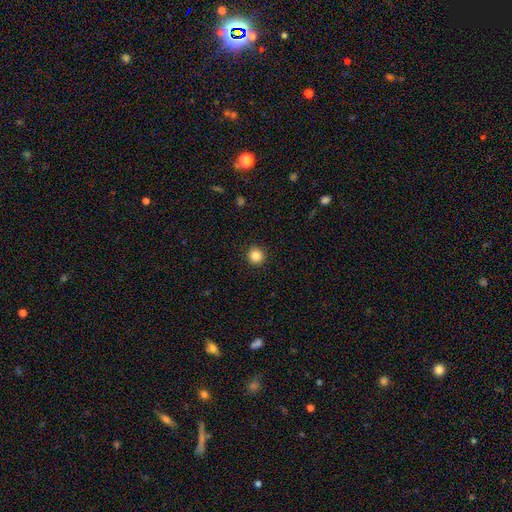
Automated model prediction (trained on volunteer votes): smooth 86%, star or artifact 11%, featured or disk 4%. Down the decision tree: how rounded — round (94%); merging — none (92%).